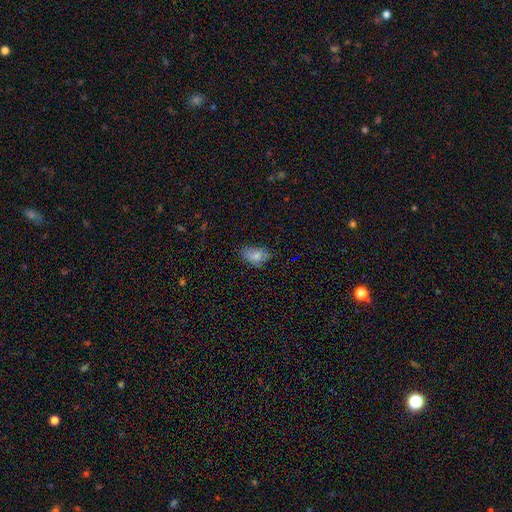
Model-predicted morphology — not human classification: Smooth or featured? smooth (77%)
How rounded? in between (87%)
Merging? none (67%)